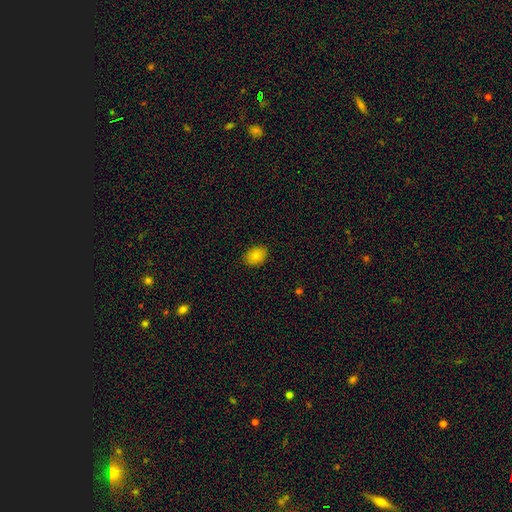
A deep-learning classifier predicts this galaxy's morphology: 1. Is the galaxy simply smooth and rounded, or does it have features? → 81% smooth, 10% star or artifact, 9% featured or disk.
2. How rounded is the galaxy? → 72% in between, 27% round, 1% cigar-shaped.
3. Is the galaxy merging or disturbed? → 87% none, 10% minor disturbance, 2% major disturbance, 1% merger.